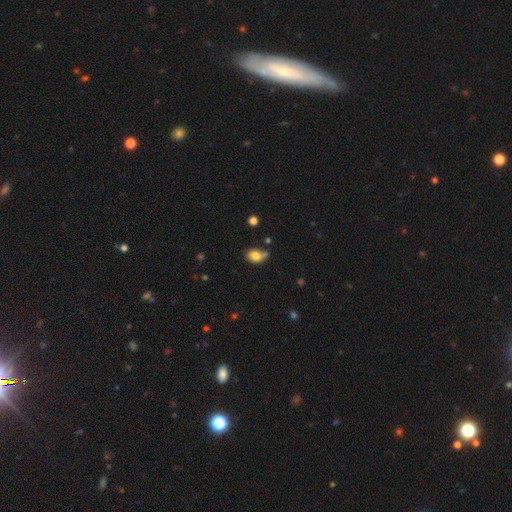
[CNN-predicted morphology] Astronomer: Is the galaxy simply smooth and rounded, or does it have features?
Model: smooth — 81%.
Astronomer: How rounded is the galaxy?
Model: in between — 70%.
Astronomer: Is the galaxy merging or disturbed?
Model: none — 49% (runner-up: minor disturbance, 28%).